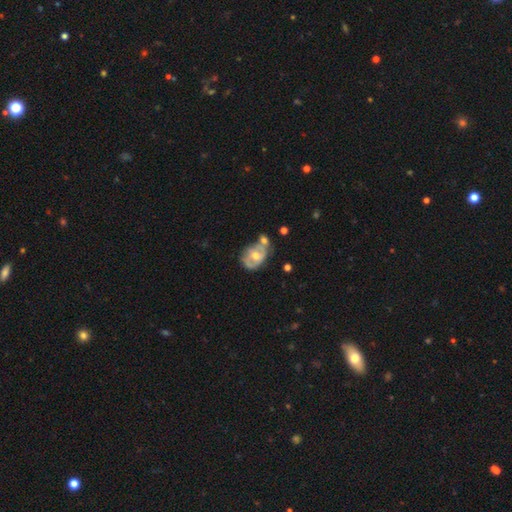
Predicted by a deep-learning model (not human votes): Morphology: type=featured or disk (62%); edge-on=no (96%); bar=no (64%); spiral arms=yes (61%); bulge=moderate (65%); merging=none (34%).